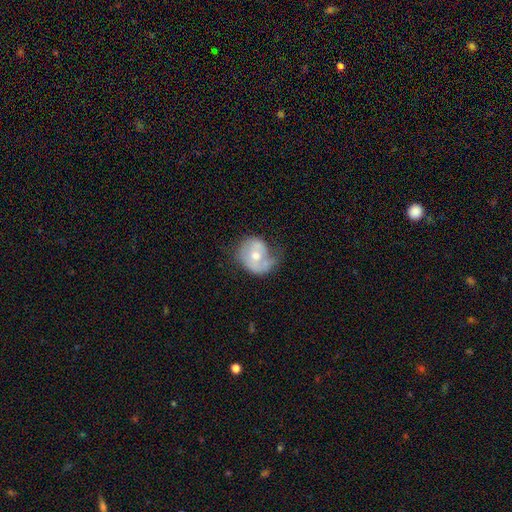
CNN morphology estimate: smooth-or-featured: featured or disk: 52% | smooth: 42% | star or artifact: 7%
  disk-edge-on: no: 97% | yes: 3%
    bar: no: 73% | weak: 22% | strong: 5%
    has-spiral-arms: yes: 57% | no: 43%
    bulge-size: moderate: 71% | small: 21% | large: 5% | none: 2% | dominant: 1%
  merging: none: 36% | minor disturbance: 33% | major disturbance: 25% | merger: 5%